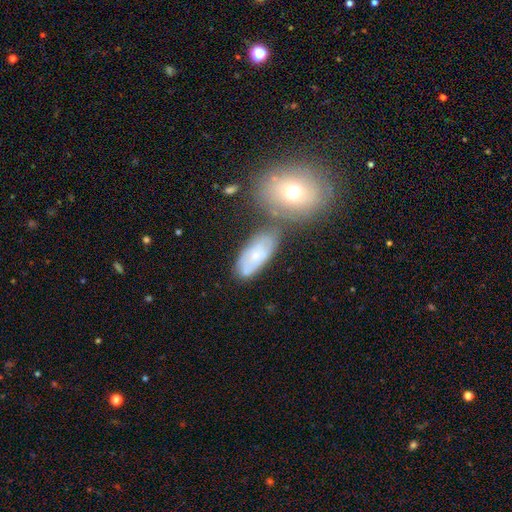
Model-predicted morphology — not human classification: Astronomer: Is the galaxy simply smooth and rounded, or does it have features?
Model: featured or disk — 47% (runner-up: smooth, 45%).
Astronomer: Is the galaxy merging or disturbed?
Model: none — 57%.